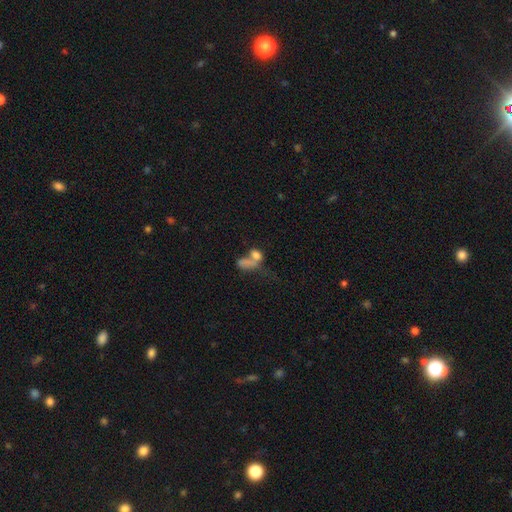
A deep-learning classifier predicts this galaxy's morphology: Q: Smooth or featured?
A: smooth (44%); runner-up: star or artifact (29%)
Q: Merging?
A: merger (42%); runner-up: none (28%)